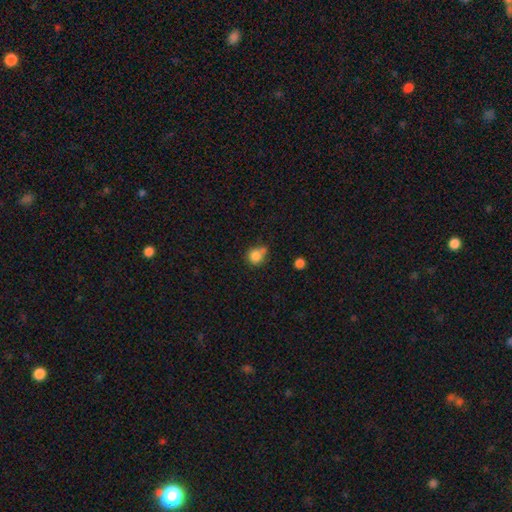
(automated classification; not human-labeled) Smooth or featured: smooth — 82% (star or artifact — 11%)
How rounded: round — 83% (in between — 16%)
Merging: none — 51% (minor disturbance — 21%)